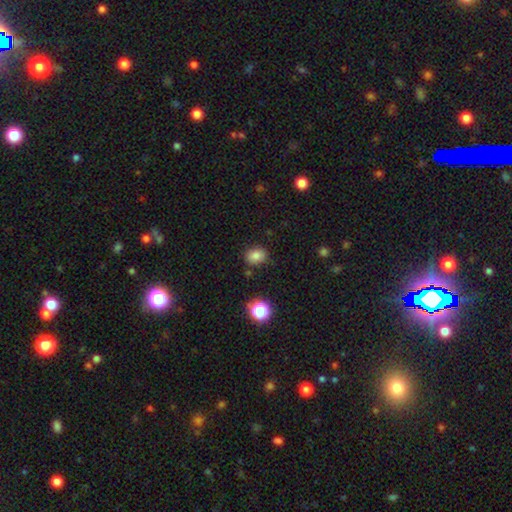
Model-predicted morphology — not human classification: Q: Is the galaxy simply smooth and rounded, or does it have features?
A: smooth — 81%.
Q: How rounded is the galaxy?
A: in between — 54%.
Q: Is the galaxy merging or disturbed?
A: none — 82%.